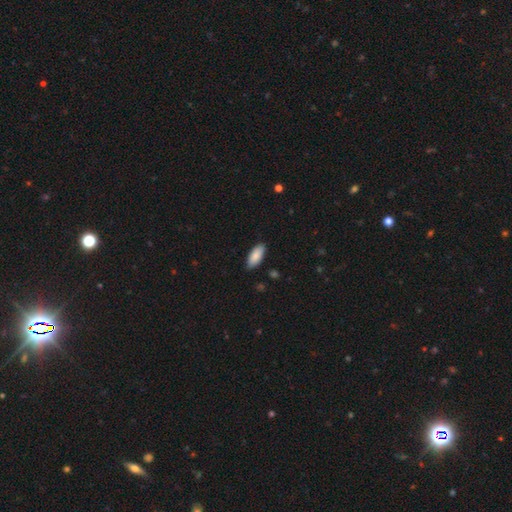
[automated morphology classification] Smooth or featured: smooth — 88% (featured or disk — 7%)
How rounded: in between — 86% (cigar-shaped — 13%)
Merging: none — 87% (minor disturbance — 10%)